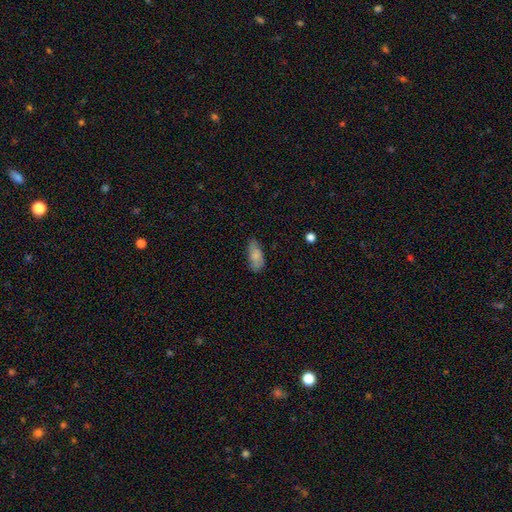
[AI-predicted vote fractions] Q: Smooth or featured?
A: smooth (79%); runner-up: featured or disk (14%)
Q: How rounded?
A: in between (87%); runner-up: cigar-shaped (10%)
Q: Merging?
A: none (70%); runner-up: minor disturbance (24%)